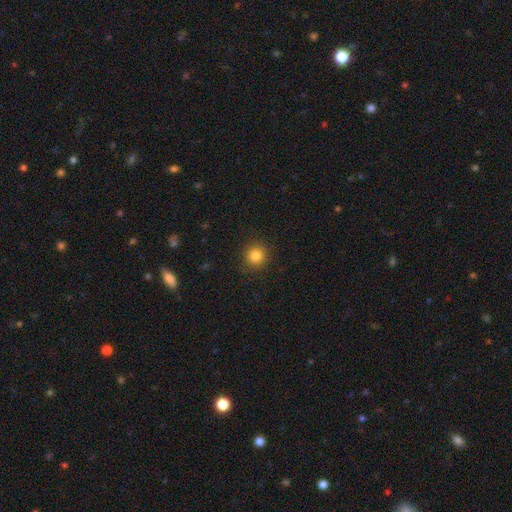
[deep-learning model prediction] The model was most divided on "smooth or featured": smooth: 83%, star or artifact: 12%, featured or disk: 5%. More confident: how rounded — round (92%); merging — none (90%).